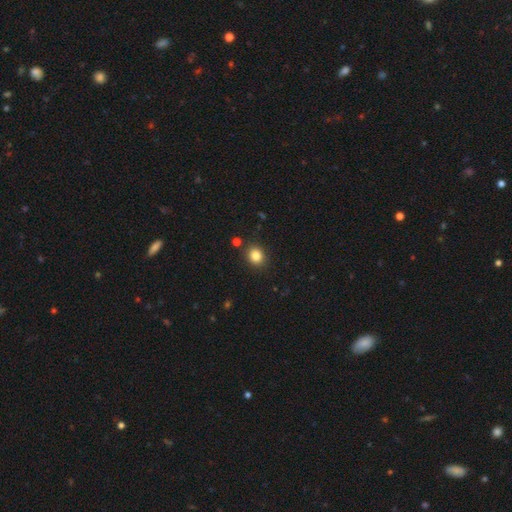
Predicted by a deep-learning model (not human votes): Q: Smooth or featured?
A: smooth (84%); runner-up: star or artifact (11%)
Q: How rounded?
A: round (69%); runner-up: in between (30%)
Q: Merging?
A: none (87%); runner-up: minor disturbance (8%)